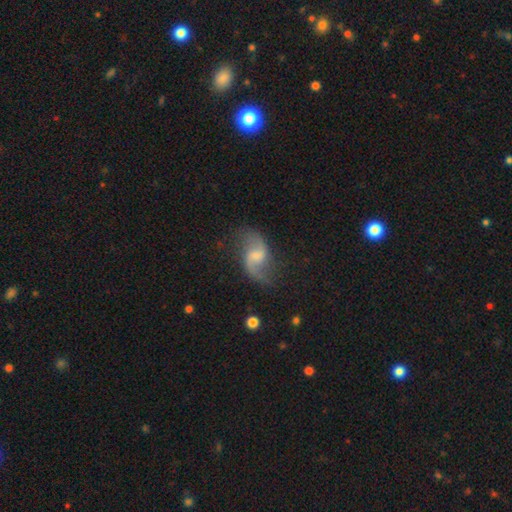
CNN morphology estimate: A featured or disk galaxy (82%) with a weak bar (55%), 2 (91%) loose (76%) spiral arms (95%) and a small central bulge (34%). Merging: none (72%).